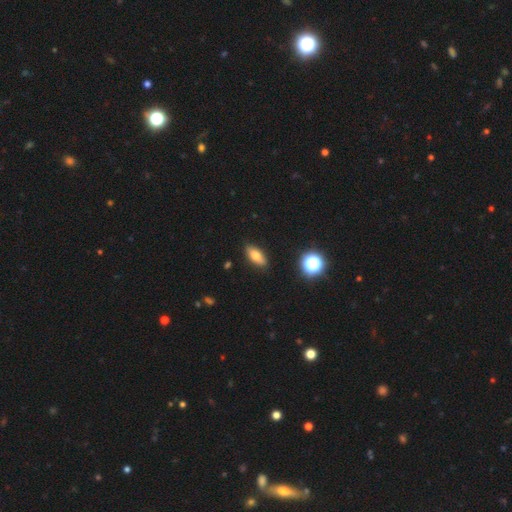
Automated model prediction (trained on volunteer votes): The model was most divided on "smooth or featured": smooth: 74%, featured or disk: 16%, star or artifact: 10%. More confident: merging — none (87%); how rounded — in between (78%).